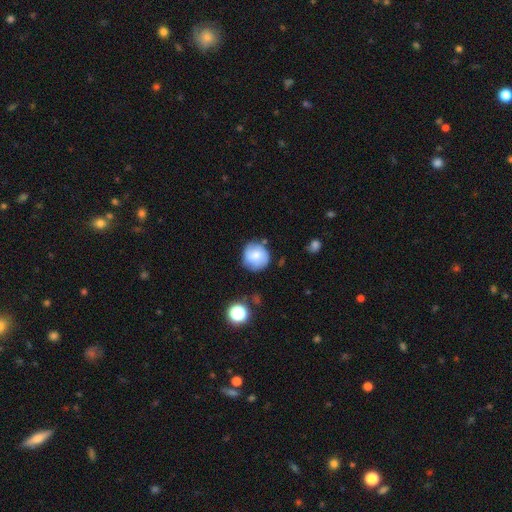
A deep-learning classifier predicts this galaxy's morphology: A smooth galaxy with no disk features (69%) that is round (91%).

Vote fractions:
- Smooth or featured? smooth: 69% / featured or disk: 23% / star or artifact: 9%
- How rounded? round: 91% / in between: 8% / cigar-shaped: 1%
- Merging? none: 73% / minor disturbance: 19% / major disturbance: 5% / merger: 4%